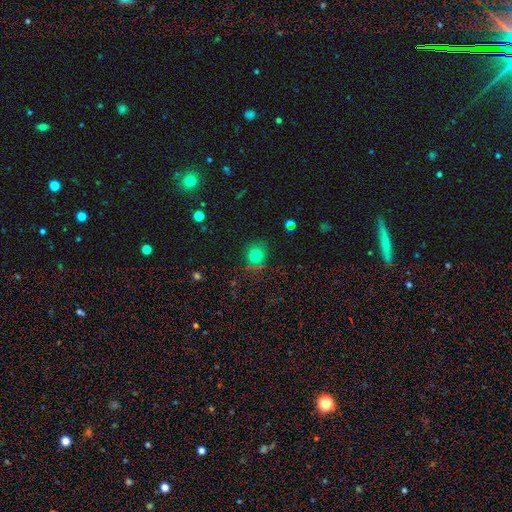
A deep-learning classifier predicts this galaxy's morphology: This appears to be a smooth galaxy with no disk features (75%) that is round (84%). Merging: none (76%).